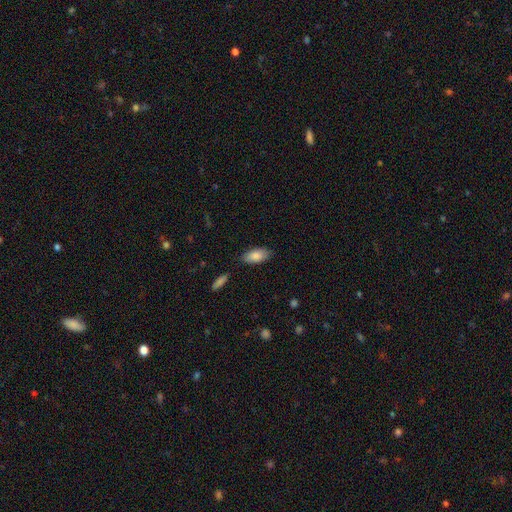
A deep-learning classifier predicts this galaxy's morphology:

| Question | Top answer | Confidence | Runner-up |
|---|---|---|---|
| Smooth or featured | smooth | 85% | featured or disk (9%) |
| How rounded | in between | 88% | cigar-shaped (10%) |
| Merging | none | 81% | minor disturbance (13%) |